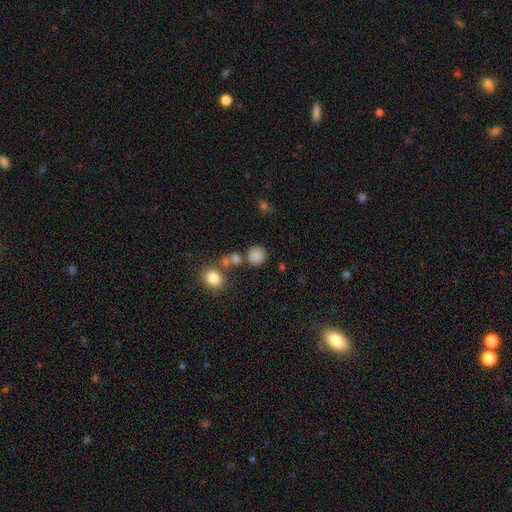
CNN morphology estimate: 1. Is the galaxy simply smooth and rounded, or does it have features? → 82% smooth, 13% star or artifact, 5% featured or disk.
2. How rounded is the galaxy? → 89% round, 10% in between, 1% cigar-shaped.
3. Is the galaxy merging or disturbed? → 75% none, 11% merger, 10% minor disturbance, 4% major disturbance.